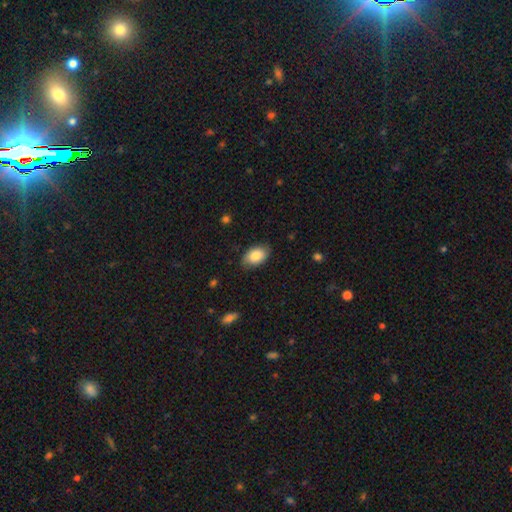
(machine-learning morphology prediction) Overall: smooth (83%). How rounded: in between (90%). Merging: none (82%).